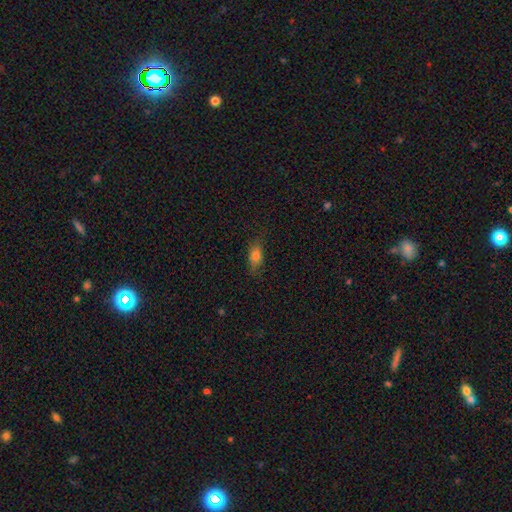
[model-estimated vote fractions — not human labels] Overall: smooth (78%). How rounded: in between (80%). Merging: none (75%).